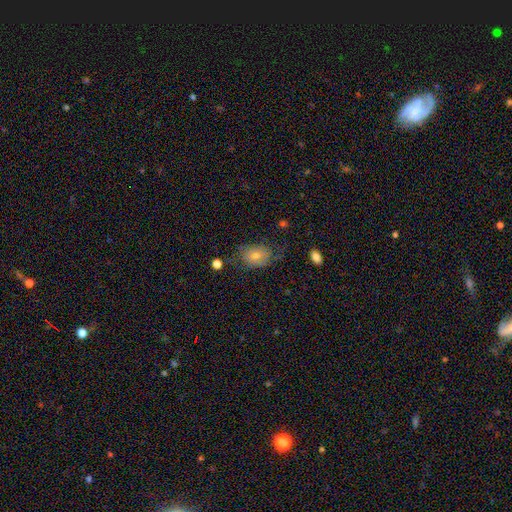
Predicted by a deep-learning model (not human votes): The model was most divided on "smooth or featured": smooth: 55%, featured or disk: 33%, star or artifact: 12%. More confident: how rounded — in between (71%); merging — none (59%).